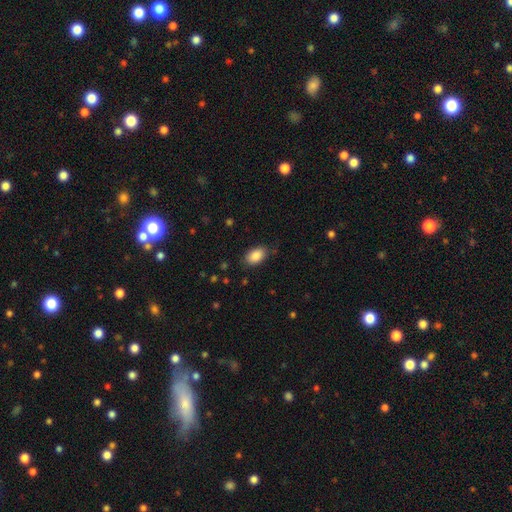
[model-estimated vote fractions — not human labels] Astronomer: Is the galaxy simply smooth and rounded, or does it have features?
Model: smooth — 88%.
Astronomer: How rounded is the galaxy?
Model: in between — 90%.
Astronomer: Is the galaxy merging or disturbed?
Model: none — 79%.